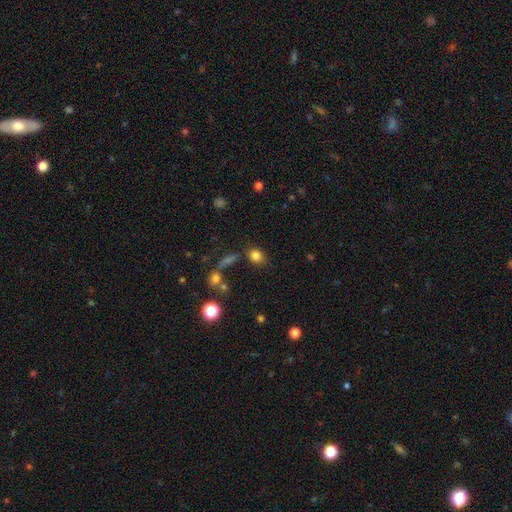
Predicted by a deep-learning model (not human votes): A smooth galaxy with no disk features (81%) that is round (66%).

Vote fractions:
- Smooth or featured? smooth: 81% / star or artifact: 13% / featured or disk: 7%
- How rounded? round: 66% / in between: 33% / cigar-shaped: 2%
- Merging? none: 78% / minor disturbance: 11% / merger: 7% / major disturbance: 4%